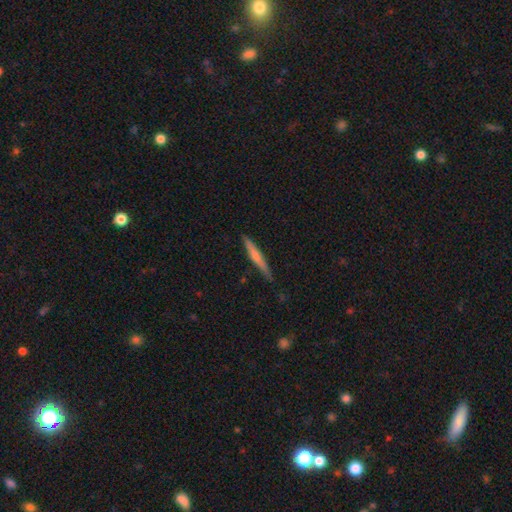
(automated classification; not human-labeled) A smooth galaxy with no disk features (49%). Merging: none (84%).